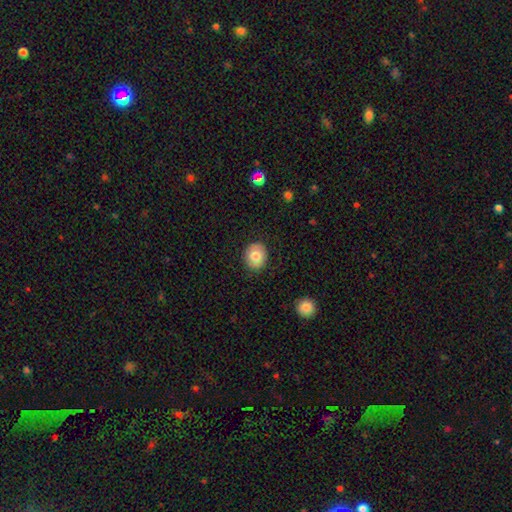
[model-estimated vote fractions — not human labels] This appears to be a smooth galaxy with no disk features (79%) that is round (67%). Merging: none (87%).